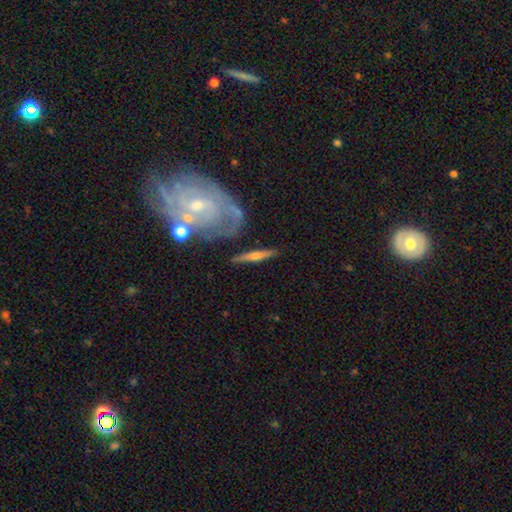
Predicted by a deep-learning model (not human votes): Q: Smooth or featured?
A: featured or disk (59%); runner-up: smooth (35%)
Q: Edge-on disk?
A: yes (88%); runner-up: no (12%)
Q: Edge-on bulge?
A: rounded (80%); runner-up: none (15%)
Q: Merging?
A: none (79%); runner-up: minor disturbance (12%)